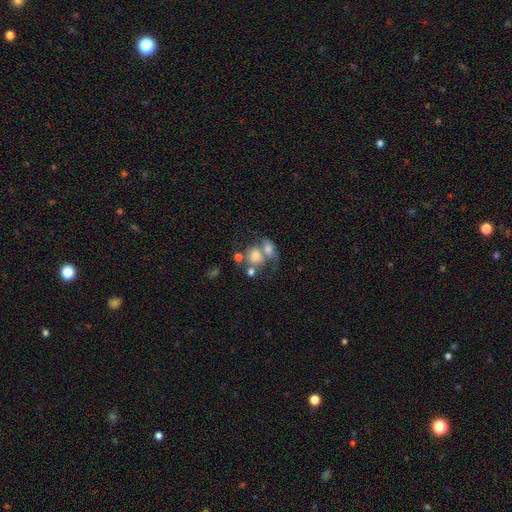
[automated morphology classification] This is possibly a smooth galaxy (60%). How rounded: possibly round (53%). Merging: possibly merger (51%).